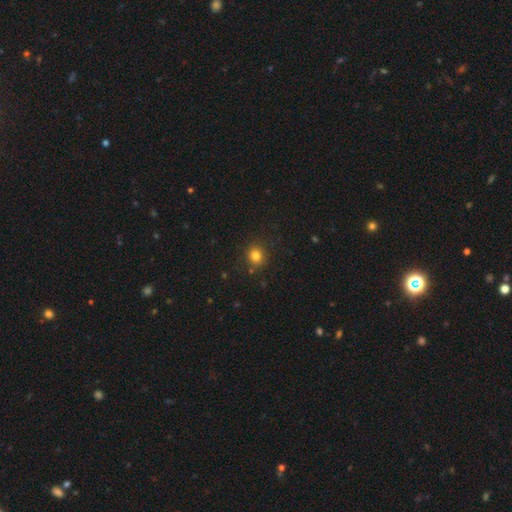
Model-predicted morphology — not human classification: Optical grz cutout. It shows a smooth galaxy with no disk features (81%) that is round (84%). Merging: none (87%).